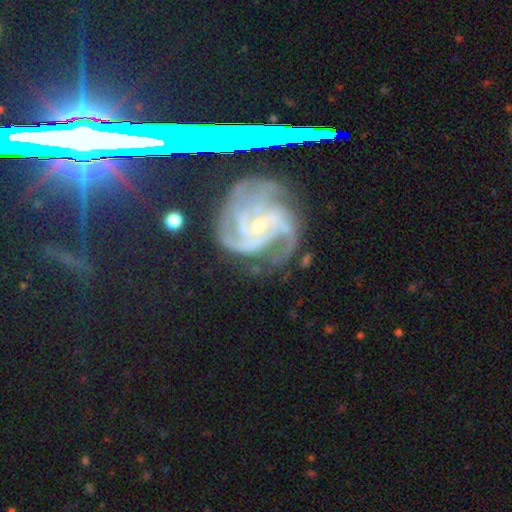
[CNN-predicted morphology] A featured or disk galaxy (82%) with no bar (52%), 3 (40%) tight (61%) spiral arms (98%) and a small central bulge (74%).

Vote fractions:
- Smooth or featured? featured or disk: 82% / star or artifact: 13% / smooth: 5%
- Edge-on disk? no: 97% / yes: 3%
- Bar? no: 52% / weak: 29% / strong: 18%
- Spiral arms? yes: 98% / no: 2%
- Spiral winding? tight: 61% / medium: 33% / loose: 6%
- Spiral arm count? 3: 40% / 4: 19% / 2: 15% / can't tell: 13% / more than 4: 7% / 1: 7%
- Bulge size? small: 74% / moderate: 22% / none: 2% / large: 1% / dominant: 1%
- Merging? none: 67% / minor disturbance: 20% / major disturbance: 10% / merger: 3%